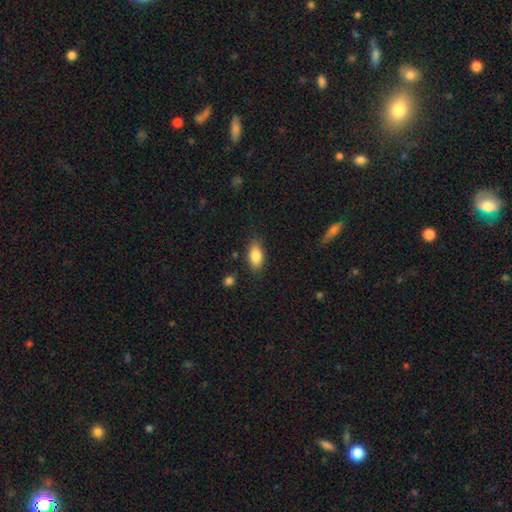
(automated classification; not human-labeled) smooth 82%, featured or disk 10%, star or artifact 7%. Down the decision tree: how rounded — in between (88%); merging — none (83%).